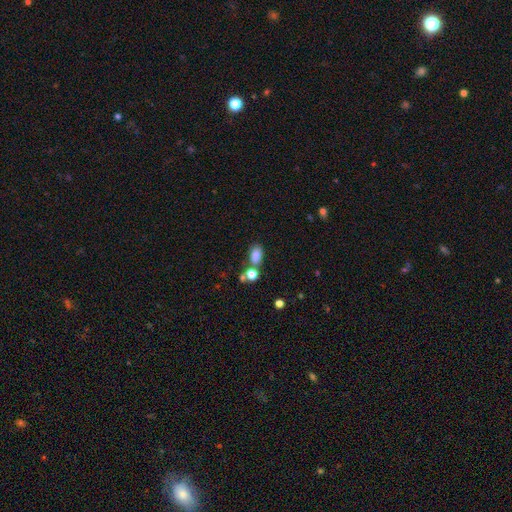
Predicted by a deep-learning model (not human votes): This is clearly a smooth galaxy (81%). How rounded: clearly in between (85%). Merging: possibly none (58%).